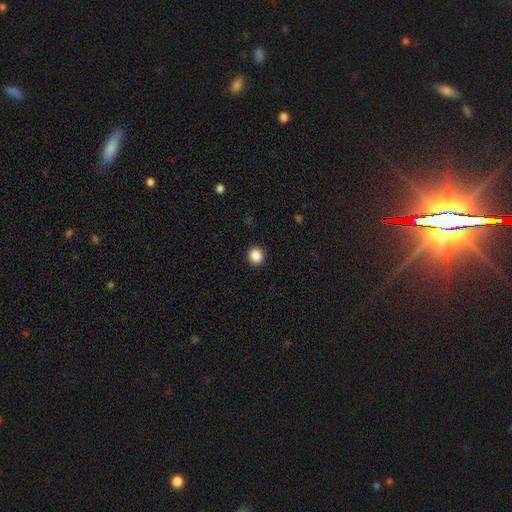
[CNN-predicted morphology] A smooth galaxy with no disk features (87%) that is round (89%). Merging: none (92%).